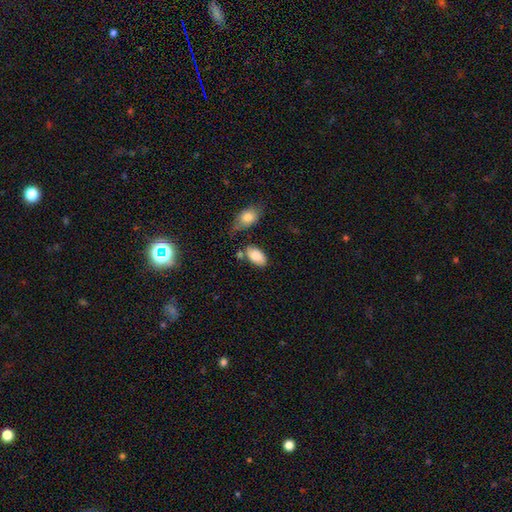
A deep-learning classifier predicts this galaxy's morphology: Smooth or featured?
  - smooth: 85% *
  - featured or disk: 8%
  - star or artifact: 7%
How rounded?
  - in between: 94% *
  - round: 4%
  - cigar-shaped: 2%
Merging?
  - none: 62% *
  - minor disturbance: 22%
  - merger: 11%
  - major disturbance: 6%